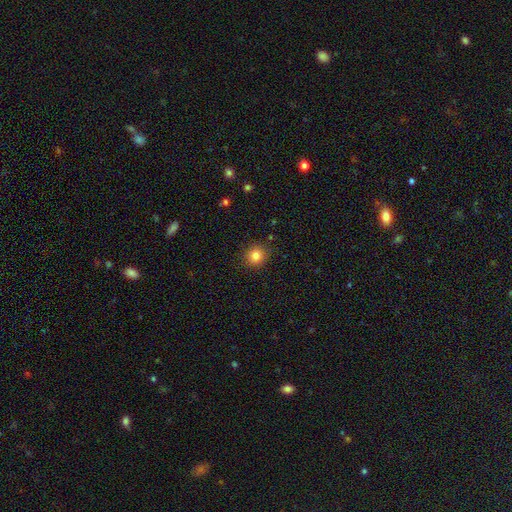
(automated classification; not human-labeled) Smooth or featured?
  - smooth: 82% *
  - star or artifact: 12%
  - featured or disk: 6%
How rounded?
  - round: 88% *
  - in between: 11%
  - cigar-shaped: 1%
Merging?
  - none: 89% *
  - minor disturbance: 8%
  - major disturbance: 2%
  - merger: 1%